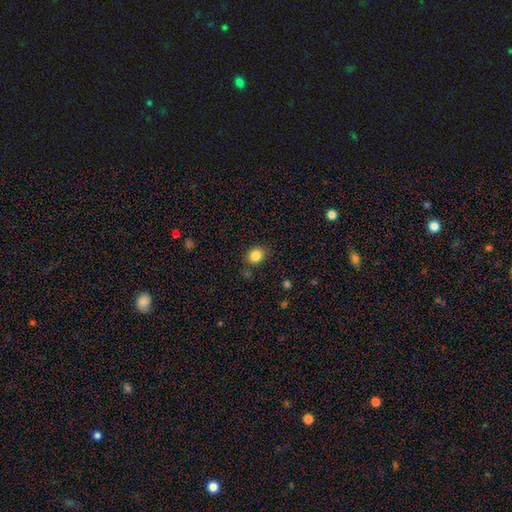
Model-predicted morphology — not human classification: smooth-or-featured: smooth: 85% | star or artifact: 10% | featured or disk: 5%
  how-rounded: round: 61% | in between: 39% | cigar-shaped: 1%
  merging: none: 81% | minor disturbance: 13% | major disturbance: 3% | merger: 3%